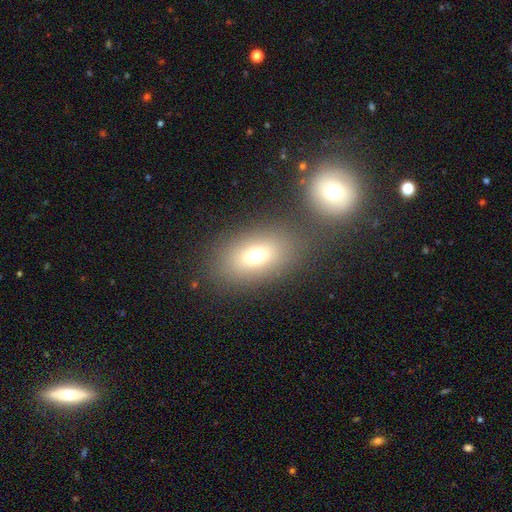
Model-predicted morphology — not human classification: The model was most divided on "merging": none: 69%, merger: 14%, minor disturbance: 11%, major disturbance: 6%. More confident: how rounded — in between (79%); smooth or featured — smooth (70%).